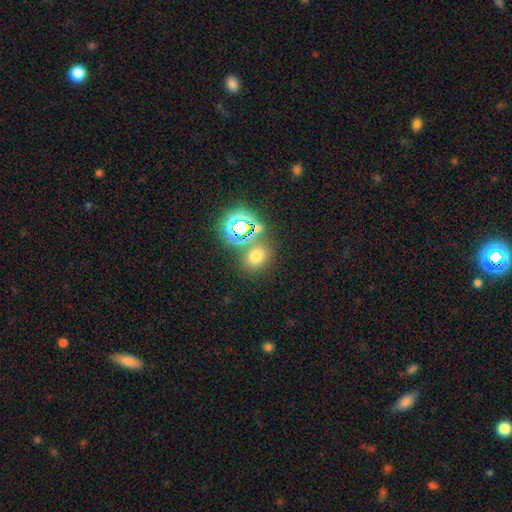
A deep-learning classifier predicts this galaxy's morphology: smooth-or-featured: smooth: 62% | star or artifact: 30% | featured or disk: 8%
  how-rounded: round: 63% | in between: 35% | cigar-shaped: 1%
  merging: none: 71% | merger: 15% | minor disturbance: 9% | major disturbance: 4%